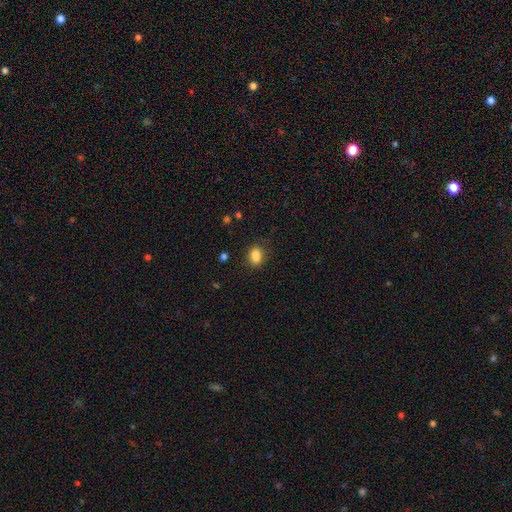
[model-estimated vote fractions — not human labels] smooth-or-featured: smooth: 85% | star or artifact: 10% | featured or disk: 6%
  how-rounded: in between: 65% | round: 34% | cigar-shaped: 1%
  merging: none: 84% | minor disturbance: 12% | major disturbance: 3% | merger: 1%